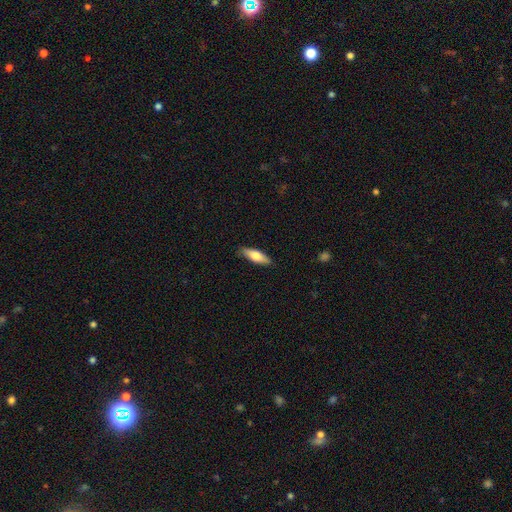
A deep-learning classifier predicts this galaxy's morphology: smooth-or-featured: smooth: 71% | featured or disk: 24% | star or artifact: 6%
  how-rounded: in between: 50% | cigar-shaped: 48% | round: 2%
  merging: none: 86% | minor disturbance: 11% | major disturbance: 2% | merger: 1%